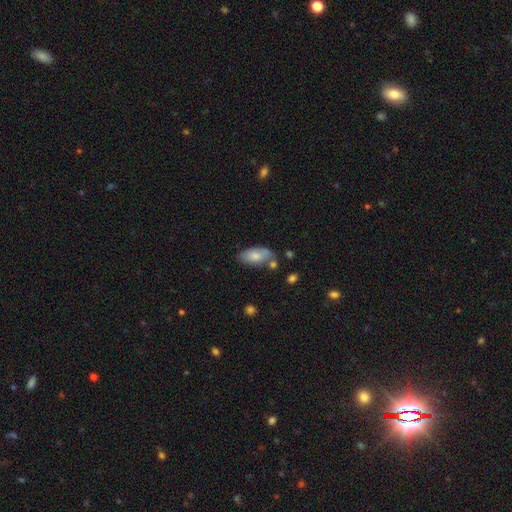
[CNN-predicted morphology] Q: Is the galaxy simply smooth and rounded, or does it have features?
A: smooth — 76%.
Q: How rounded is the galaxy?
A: in between — 91%.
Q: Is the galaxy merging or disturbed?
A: none — 58%.